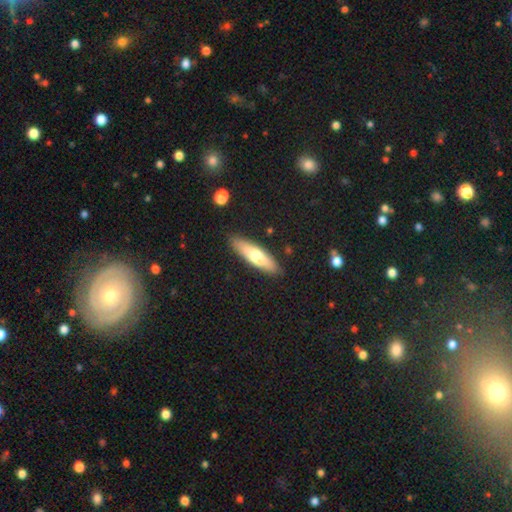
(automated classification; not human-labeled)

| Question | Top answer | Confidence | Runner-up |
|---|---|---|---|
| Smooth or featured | smooth | 64% | featured or disk (30%) |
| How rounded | cigar-shaped | 62% | in between (36%) |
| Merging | none | 87% | minor disturbance (10%) |